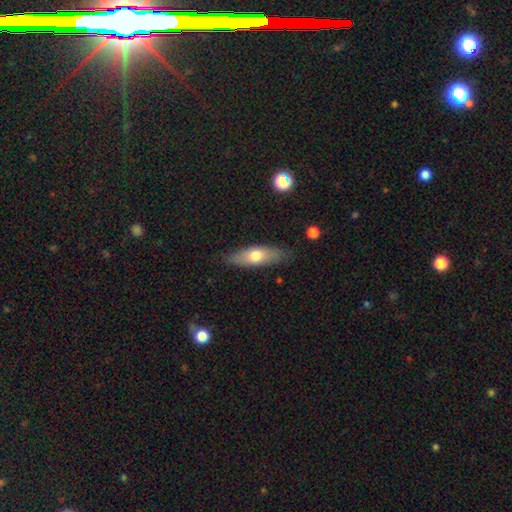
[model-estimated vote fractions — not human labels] A smooth galaxy with no disk features (64%) that is in between round and cigar-shaped (58%). Merging: none (80%).